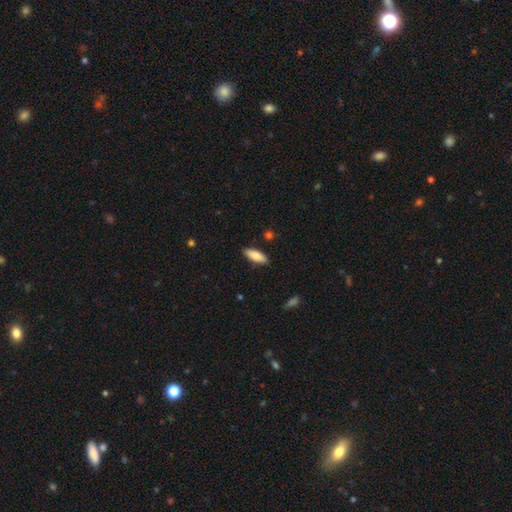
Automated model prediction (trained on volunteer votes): Smooth or featured: smooth — 84% (featured or disk — 10%)
How rounded: in between — 68% (cigar-shaped — 30%)
Merging: none — 87% (minor disturbance — 9%)